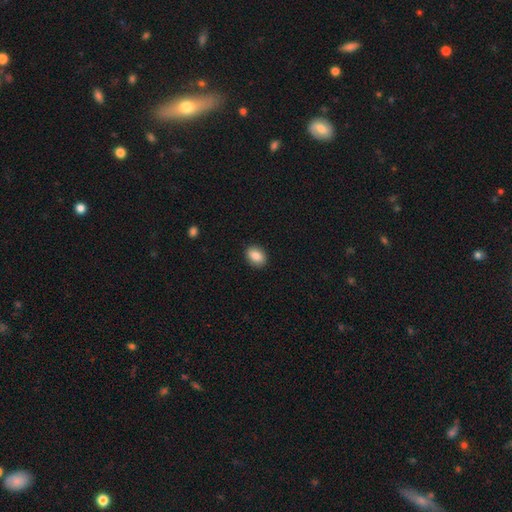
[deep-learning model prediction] A smooth galaxy with no disk features (86%) that is in between round and cigar-shaped (77%). Merging: none (90%).